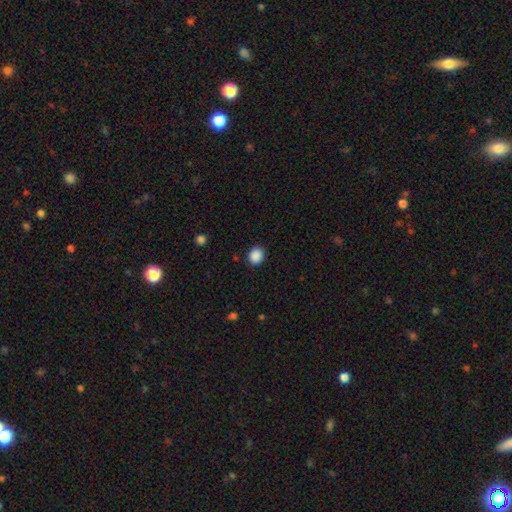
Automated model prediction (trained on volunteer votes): smooth-or-featured: smooth: 89% | star or artifact: 9% | featured or disk: 2%
  how-rounded: round: 65% | in between: 34% | cigar-shaped: 1%
  merging: none: 90% | minor disturbance: 7% | major disturbance: 2% | merger: 1%